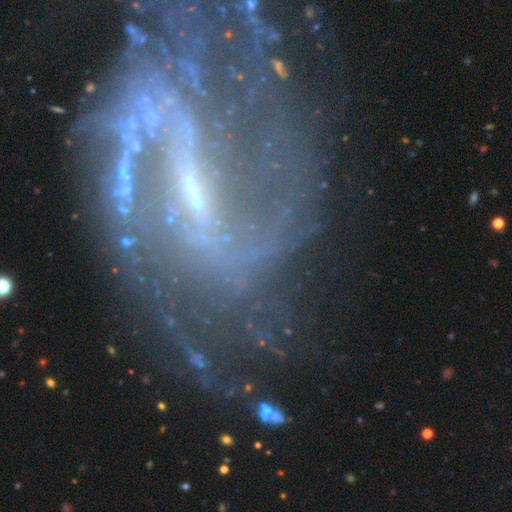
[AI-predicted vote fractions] smooth_or_featured: featured or disk (p=0.85) [alt: star or artifact p=0.10]
disk_edge_on: no (p=0.96) [alt: yes p=0.04]
bar: strong (p=0.49) [alt: weak p=0.34]
has_spiral_arms: yes (p=0.88) [alt: no p=0.12]
spiral_winding: loose (p=0.44) [alt: medium p=0.37]
spiral_arm_count: 2 (p=0.55) [alt: can't tell p=0.18]
bulge_size: small (p=0.64) [alt: none p=0.21]
merging: none (p=0.46) [alt: major disturbance p=0.28]